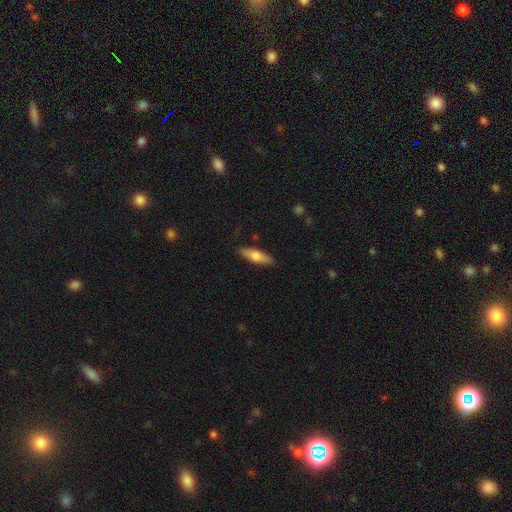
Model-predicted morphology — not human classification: smooth 65%, featured or disk 29%, star or artifact 6%. Down the decision tree: how rounded — cigar-shaped (56%); merging — none (88%).